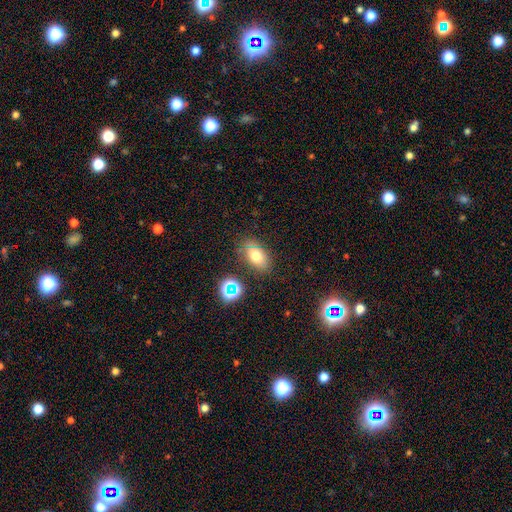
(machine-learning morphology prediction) Smooth or featured? Predicted: smooth (p=0.71). How rounded? Predicted: in between (p=0.87). Merging? Predicted: none (p=0.78).